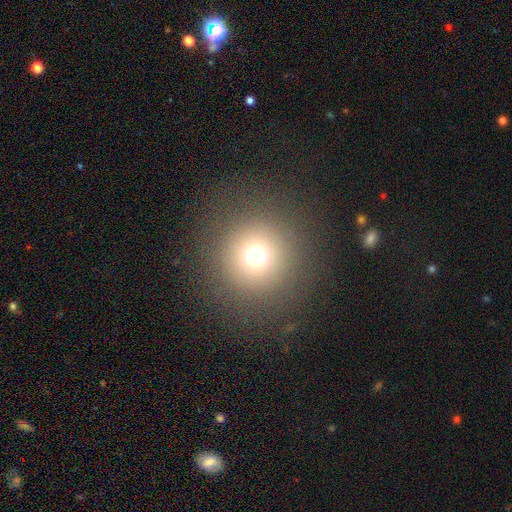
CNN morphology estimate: smooth-or-featured: smooth: 70% | star or artifact: 21% | featured or disk: 9%
  how-rounded: round: 96% | in between: 3% | cigar-shaped: 1%
  merging: none: 88% | minor disturbance: 6% | major disturbance: 5% | merger: 1%